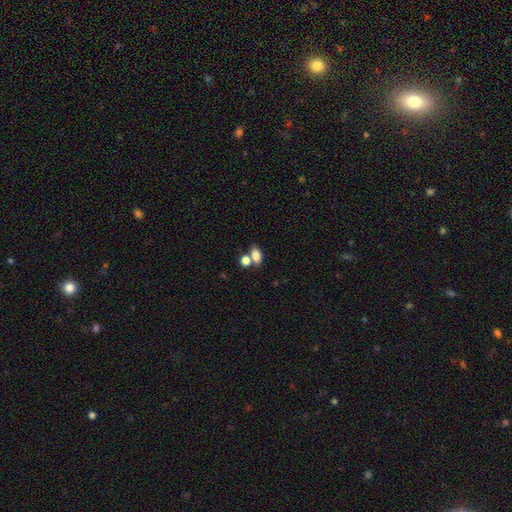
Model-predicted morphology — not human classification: Smooth or featured?
  - smooth: 81% *
  - star or artifact: 10%
  - featured or disk: 9%
How rounded?
  - in between: 83% *
  - round: 13%
  - cigar-shaped: 4%
Merging?
  - none: 45% *
  - merger: 40%
  - minor disturbance: 10%
  - major disturbance: 5%